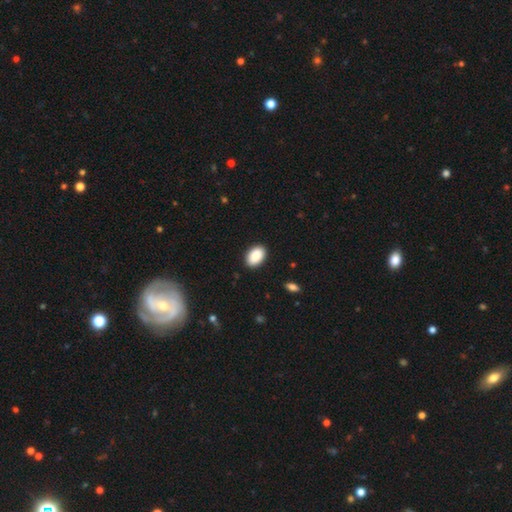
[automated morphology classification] This is clearly a smooth galaxy (90%). How rounded: clearly in between (90%). Merging: clearly none (89%).